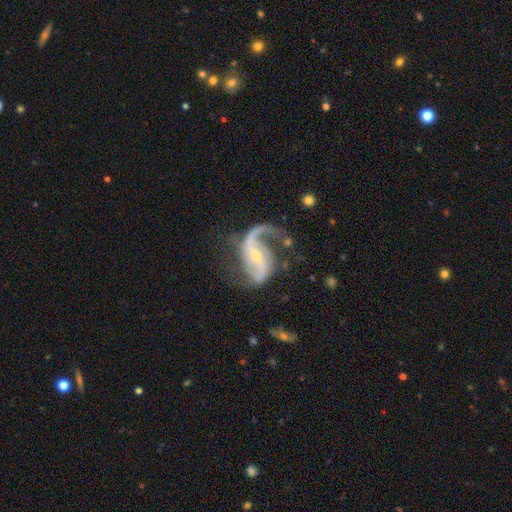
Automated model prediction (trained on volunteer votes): smooth-or-featured: featured or disk: 91% | star or artifact: 5% | smooth: 4%
  disk-edge-on: no: 97% | yes: 3%
    bar: strong: 38% | weak: 37% | no: 26%
    has-spiral-arms: yes: 97% | no: 3%
      spiral-winding: loose: 59% | medium: 33% | tight: 8%
      spiral-arm-count: 2: 73% | 1: 21% | can't tell: 2% | 3: 1% | 4: 1% | more than 4: 1%
    bulge-size: small: 63% | moderate: 33% | none: 2% | large: 2% | dominant: 1%
  merging: none: 53% | major disturbance: 24% | minor disturbance: 20% | merger: 3%